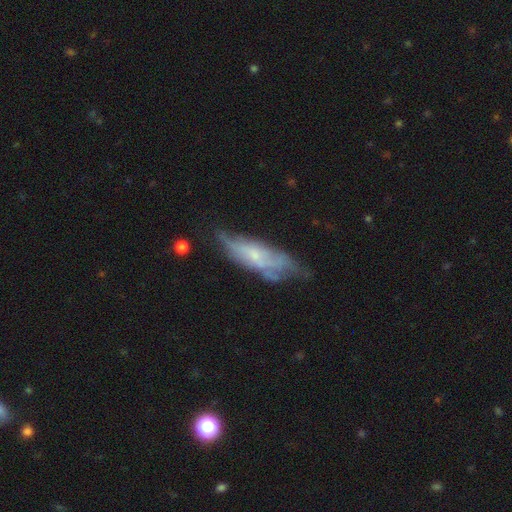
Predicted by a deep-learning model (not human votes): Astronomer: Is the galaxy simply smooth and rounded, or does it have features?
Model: featured or disk — 57% (runner-up: smooth, 35%).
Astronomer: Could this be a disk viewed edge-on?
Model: no — 66%.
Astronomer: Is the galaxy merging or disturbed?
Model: none — 44% (runner-up: minor disturbance, 33%).